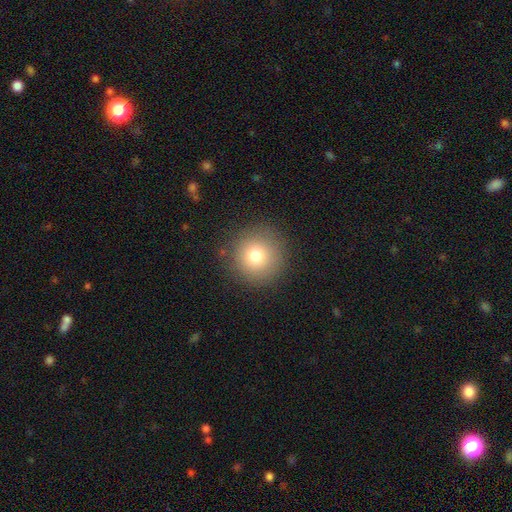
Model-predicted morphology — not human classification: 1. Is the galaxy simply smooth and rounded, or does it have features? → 76% smooth, 13% star or artifact, 11% featured or disk.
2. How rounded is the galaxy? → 95% round, 4% in between, 1% cigar-shaped.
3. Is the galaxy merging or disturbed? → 88% none, 7% minor disturbance, 3% major disturbance, 1% merger.